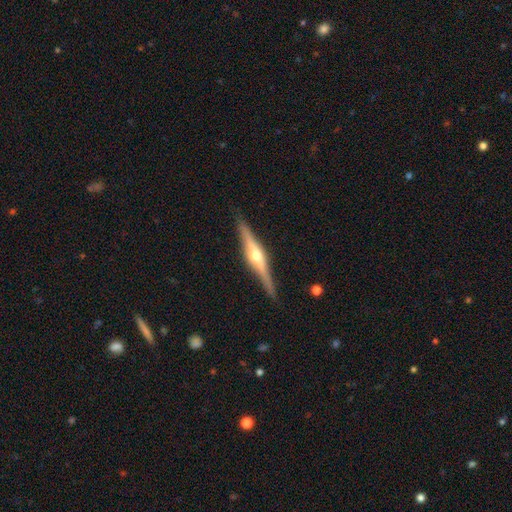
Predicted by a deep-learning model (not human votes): Smooth or featured? Predicted: featured or disk (p=0.80). Edge-on disk? Predicted: yes (p=0.98). Edge-on bulge? Predicted: rounded (p=0.93). Merging? Predicted: none (p=0.90).